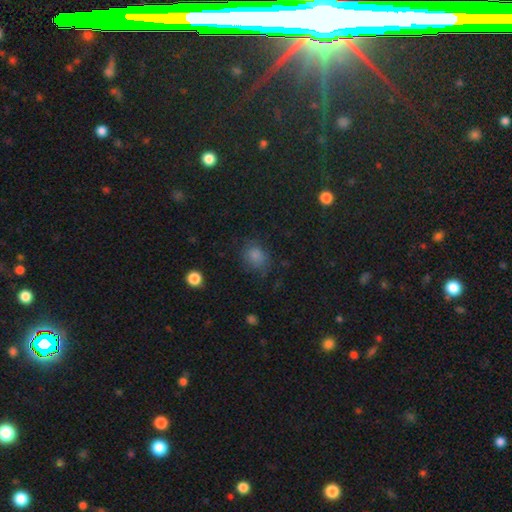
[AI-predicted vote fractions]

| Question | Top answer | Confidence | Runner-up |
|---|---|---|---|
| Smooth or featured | smooth | 79% | star or artifact (14%) |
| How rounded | round | 61% | in between (38%) |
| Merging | none | 68% | minor disturbance (21%) |